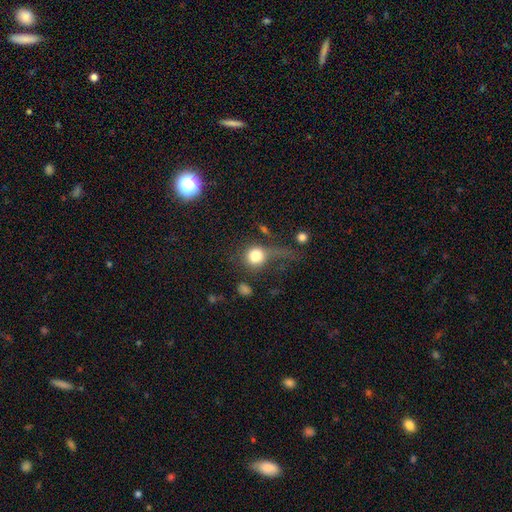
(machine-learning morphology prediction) Smooth or featured? smooth (76%)
How rounded? round (84%)
Merging? major disturbance (36%)